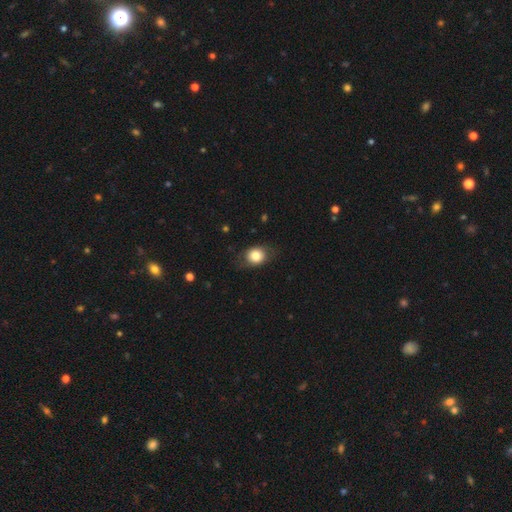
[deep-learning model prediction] Smooth or featured? Predicted: smooth (p=0.80). How rounded? Predicted: round (p=0.60). Merging? Predicted: none (p=0.74).